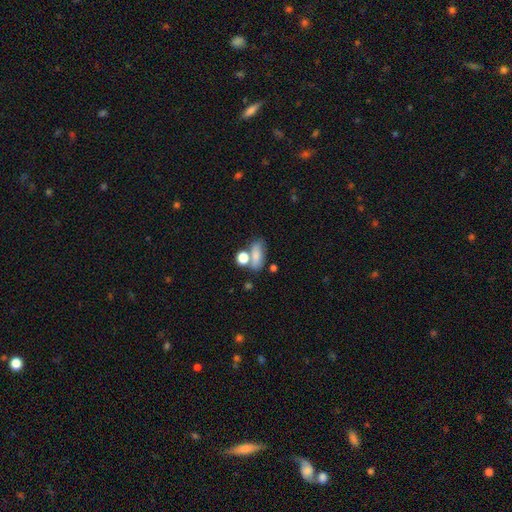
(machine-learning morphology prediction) smooth-or-featured: smooth: 76% | featured or disk: 13% | star or artifact: 11%
  how-rounded: in between: 75% | round: 15% | cigar-shaped: 10%
  merging: none: 48% | merger: 29% | minor disturbance: 15% | major disturbance: 8%